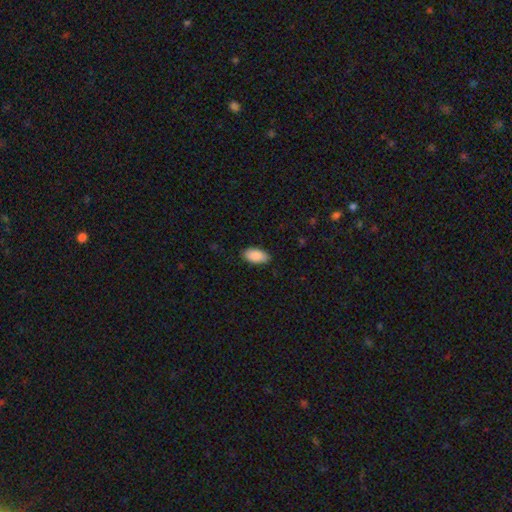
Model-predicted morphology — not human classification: Overall: smooth (89%). How rounded: in between (95%). Merging: none (86%).